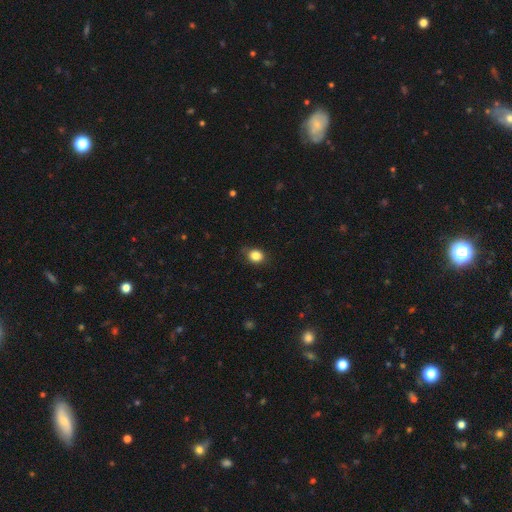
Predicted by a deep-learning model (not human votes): Smooth or featured?
  - smooth: 85% *
  - star or artifact: 10%
  - featured or disk: 4%
How rounded?
  - round: 61% *
  - in between: 38%
  - cigar-shaped: 1%
Merging?
  - none: 77% *
  - minor disturbance: 18%
  - major disturbance: 4%
  - merger: 1%